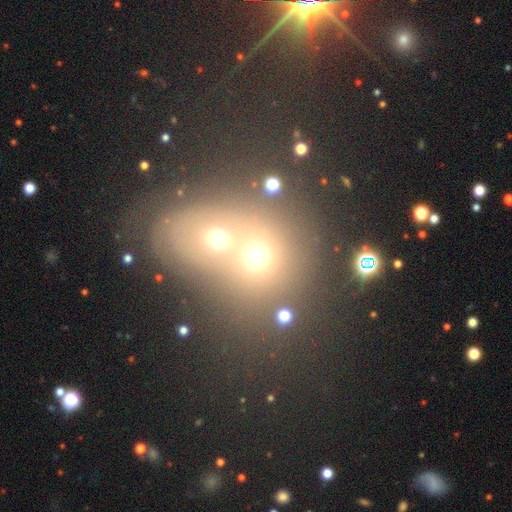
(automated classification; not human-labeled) Q: Smooth or featured?
A: smooth (52%); runner-up: star or artifact (28%)
Q: How rounded?
A: round (68%); runner-up: in between (31%)
Q: Merging?
A: merger (68%); runner-up: none (23%)